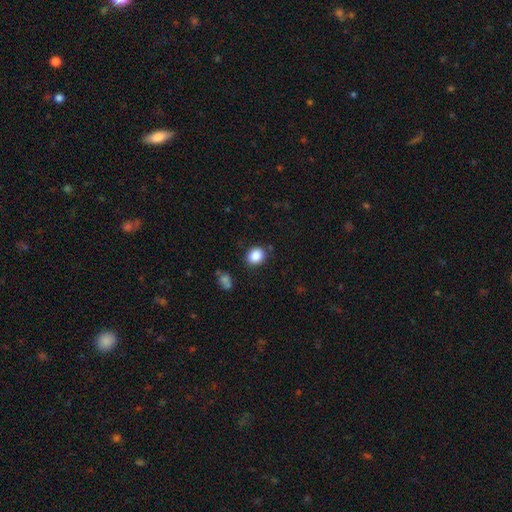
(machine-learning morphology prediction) type=smooth (87%); roundness=round (57%); merging=none (83%).